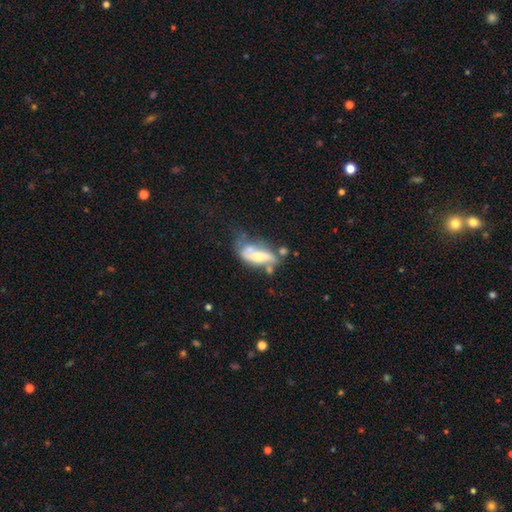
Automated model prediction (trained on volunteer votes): featured or disk 51%, smooth 40%, star or artifact 9%. Down the decision tree: edge-on disk — no (85%); merging — major disturbance (28%).